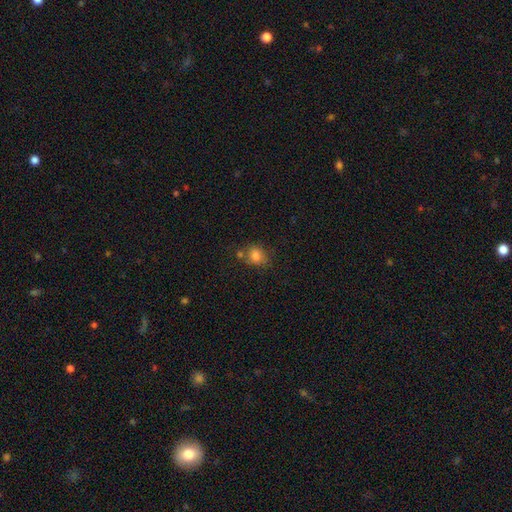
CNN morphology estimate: This is likely a smooth galaxy (78%). How rounded: possibly round (54%). Merging: possibly none (59%).